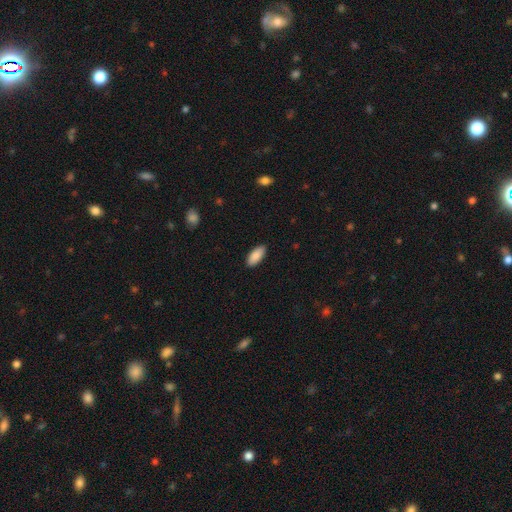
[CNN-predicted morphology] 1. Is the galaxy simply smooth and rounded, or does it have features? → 90% smooth, 6% star or artifact, 5% featured or disk.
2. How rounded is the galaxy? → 90% in between, 9% cigar-shaped, 2% round.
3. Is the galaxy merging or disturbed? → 89% none, 8% minor disturbance, 2% major disturbance, 1% merger.